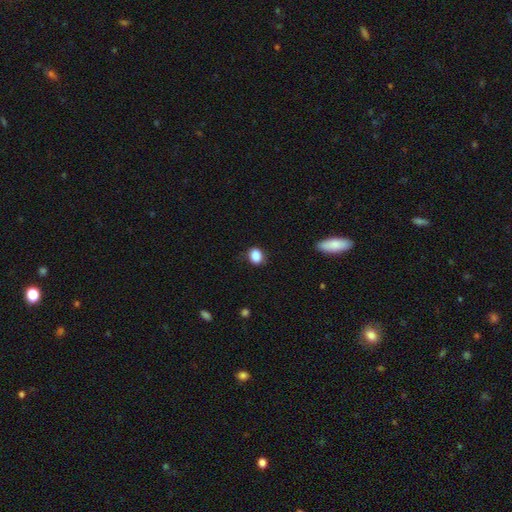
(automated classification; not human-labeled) This appears to be a smooth galaxy with no disk features (88%) that is in between round and cigar-shaped (50%). Merging: none (77%).